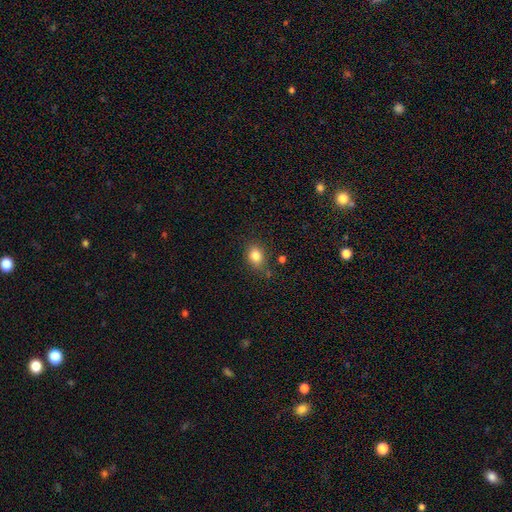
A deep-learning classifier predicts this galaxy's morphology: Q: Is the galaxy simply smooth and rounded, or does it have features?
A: smooth — 83%.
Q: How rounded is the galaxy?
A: in between — 59%.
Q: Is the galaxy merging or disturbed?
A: none — 76%.